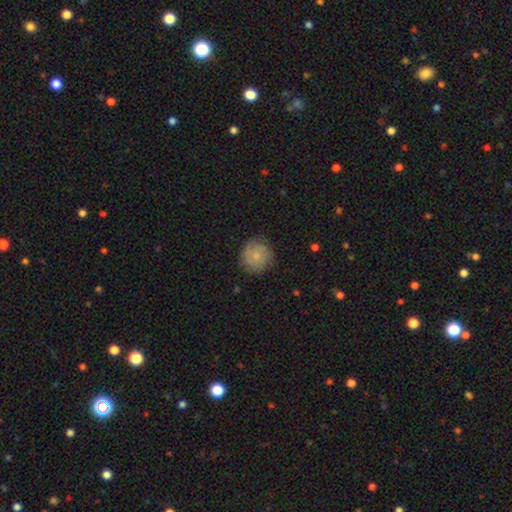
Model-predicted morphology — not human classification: Smooth or featured? Predicted: smooth (p=0.58). How rounded? Predicted: round (p=0.92). Merging? Predicted: none (p=0.80).